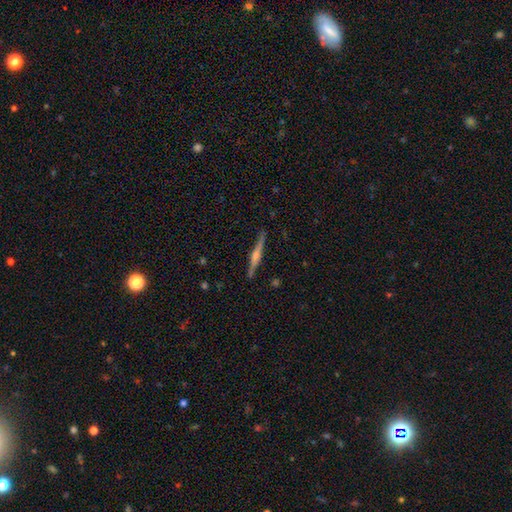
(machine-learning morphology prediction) featured or disk 78%, smooth 16%, star or artifact 6%. Down the decision tree: edge-on disk — yes (98%); edge-on bulge — rounded (79%); merging — none (90%).